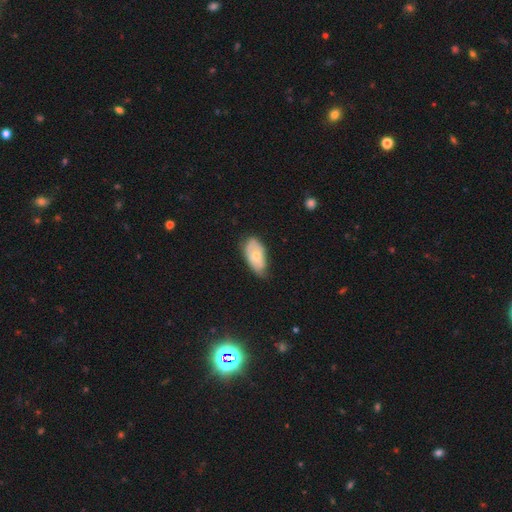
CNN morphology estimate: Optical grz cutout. It shows a smooth galaxy with no disk features (64%) that is in between round and cigar-shaped (93%). Merging: none (52%).